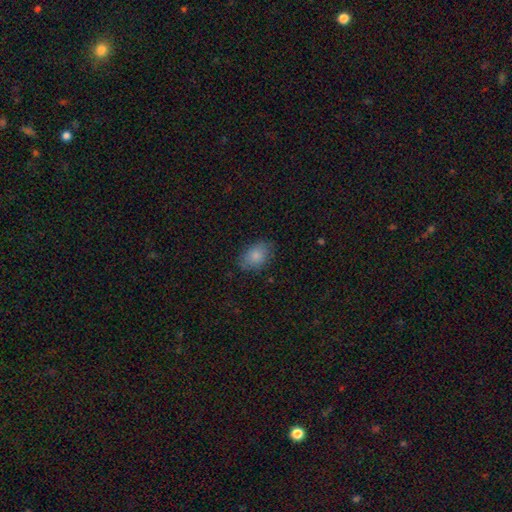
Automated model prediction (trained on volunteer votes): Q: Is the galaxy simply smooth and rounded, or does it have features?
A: smooth — 84%.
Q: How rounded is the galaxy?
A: in between — 82%.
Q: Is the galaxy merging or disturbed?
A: none — 78%.